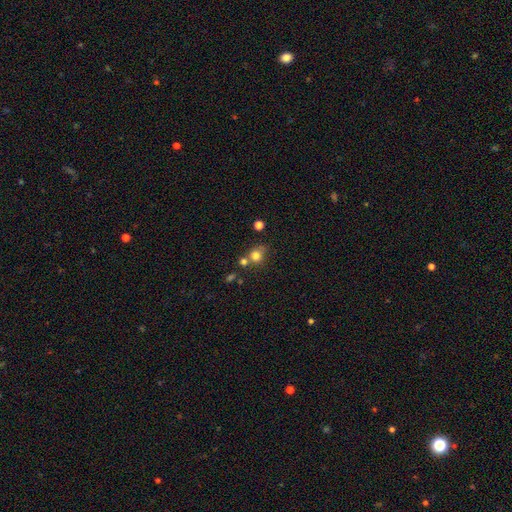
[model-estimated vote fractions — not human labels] A smooth galaxy with no disk features (77%) that is round (81%).

Vote fractions:
- Smooth or featured? smooth: 77% / star or artifact: 14% / featured or disk: 9%
- How rounded? round: 81% / in between: 18% / cigar-shaped: 1%
- Merging? none: 53% / merger: 28% / minor disturbance: 13% / major disturbance: 6%